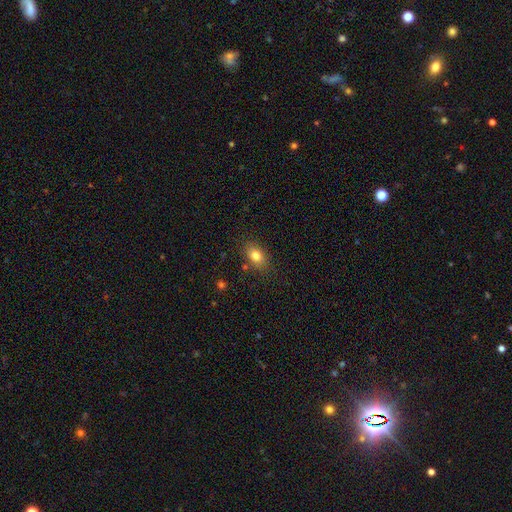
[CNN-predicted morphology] Smooth or featured? smooth (81%)
How rounded? in between (79%)
Merging? none (80%)